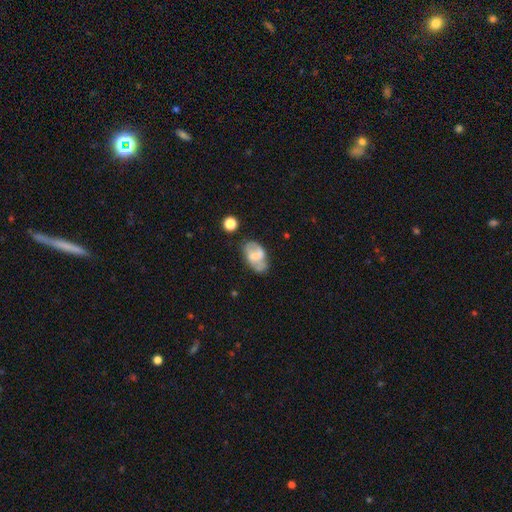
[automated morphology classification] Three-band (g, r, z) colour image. It shows a featured or disk galaxy (48%). Merging: none (50%).